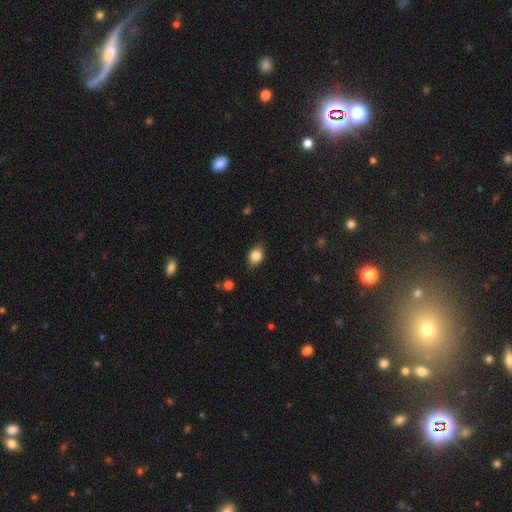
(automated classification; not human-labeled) Q: Smooth or featured?
A: smooth (80%); runner-up: featured or disk (11%)
Q: How rounded?
A: in between (61%); runner-up: round (37%)
Q: Merging?
A: none (76%); runner-up: minor disturbance (19%)